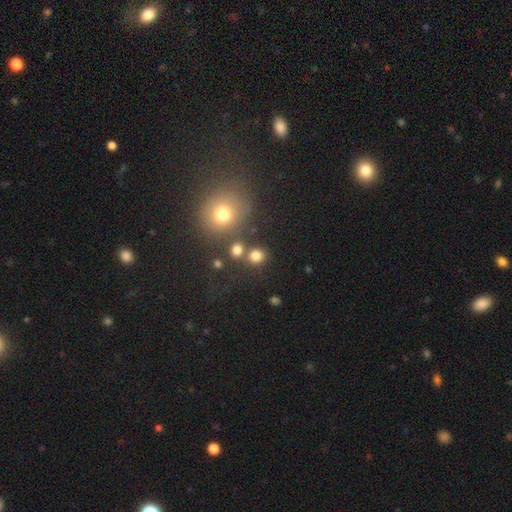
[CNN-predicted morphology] A smooth galaxy with no disk features (78%) that is round (84%). Merging: none (72%).